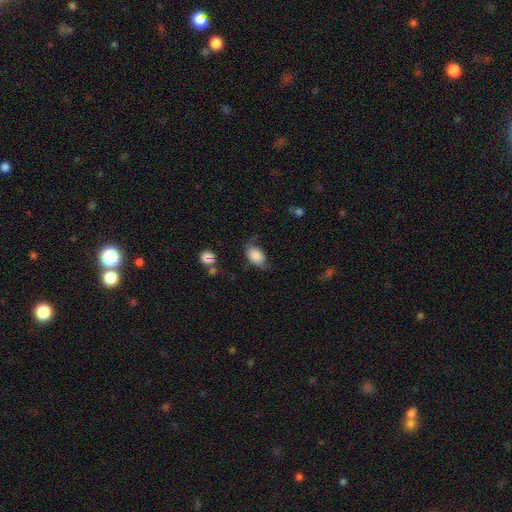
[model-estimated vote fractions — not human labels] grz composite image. It shows a smooth galaxy with no disk features (82%) that is in between round and cigar-shaped (89%). Merging: none (59%).